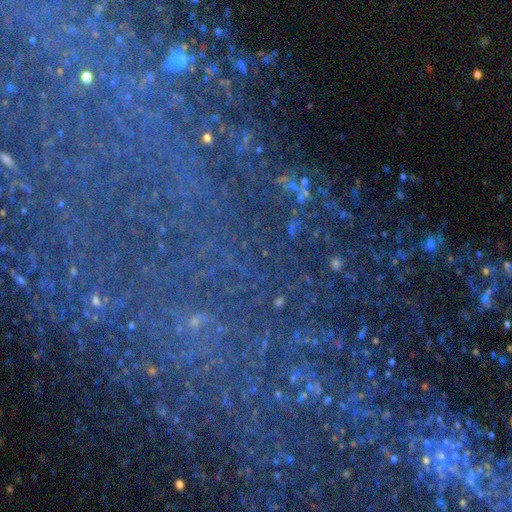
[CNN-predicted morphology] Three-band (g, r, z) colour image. It shows a star or artifact, not a galaxy (78%).